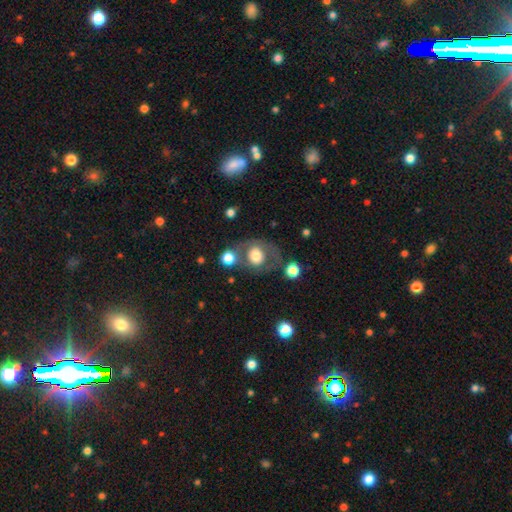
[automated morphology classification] Smooth or featured: smooth — 60% (featured or disk — 31%)
How rounded: round — 72% (in between — 27%)
Merging: none — 52% (minor disturbance — 18%)